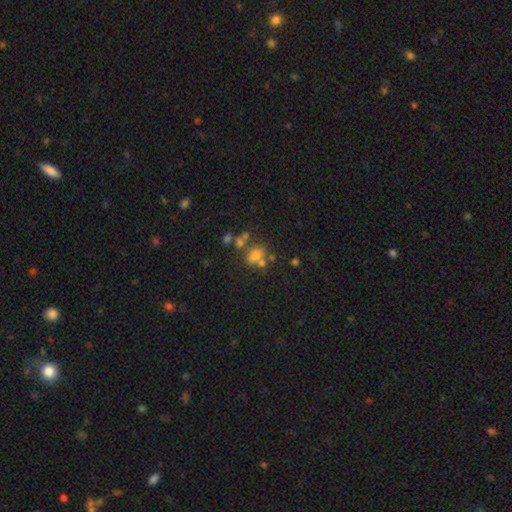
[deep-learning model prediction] Smooth or featured?
  - smooth: 60% *
  - star or artifact: 23%
  - featured or disk: 17%
How rounded?
  - in between: 60% *
  - round: 38%
  - cigar-shaped: 2%
Merging?
  - none: 45% *
  - merger: 31%
  - minor disturbance: 15%
  - major disturbance: 9%